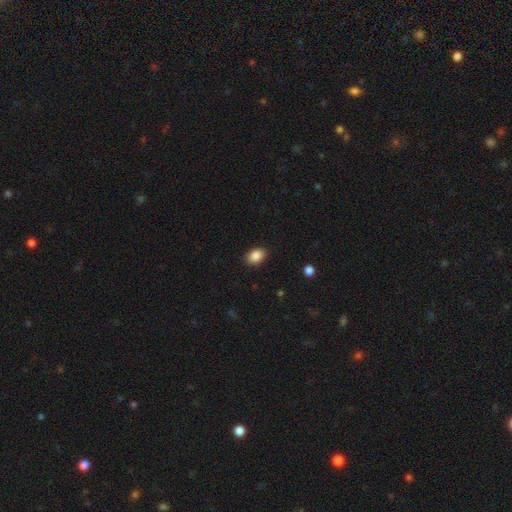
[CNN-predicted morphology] Smooth or featured?
  - smooth: 87% *
  - star or artifact: 8%
  - featured or disk: 4%
How rounded?
  - in between: 81% *
  - round: 18%
  - cigar-shaped: 1%
Merging?
  - none: 89% *
  - minor disturbance: 8%
  - major disturbance: 2%
  - merger: 1%